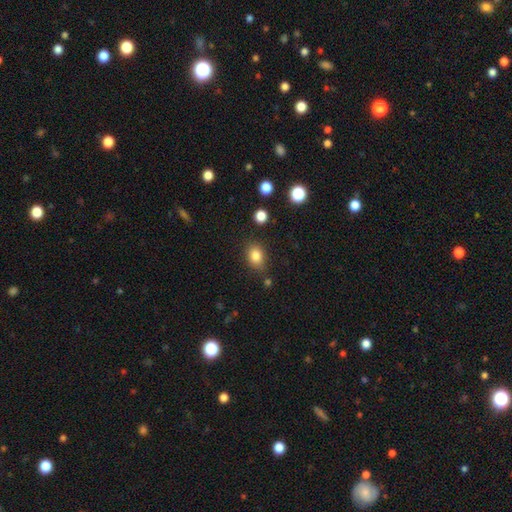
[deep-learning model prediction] Smooth or featured? Predicted: smooth (p=0.83). How rounded? Predicted: in between (p=0.65). Merging? Predicted: none (p=0.79).